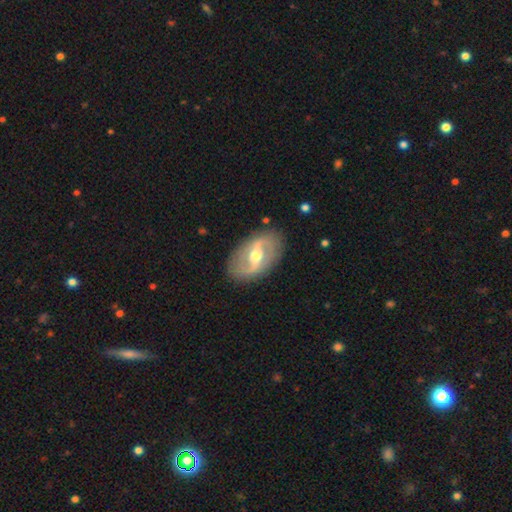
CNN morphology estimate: type=featured or disk (78%); edge-on=no (93%); bar=strong (44%); spiral arms=yes (68%); bulge=moderate (75%); merging=none (85%).